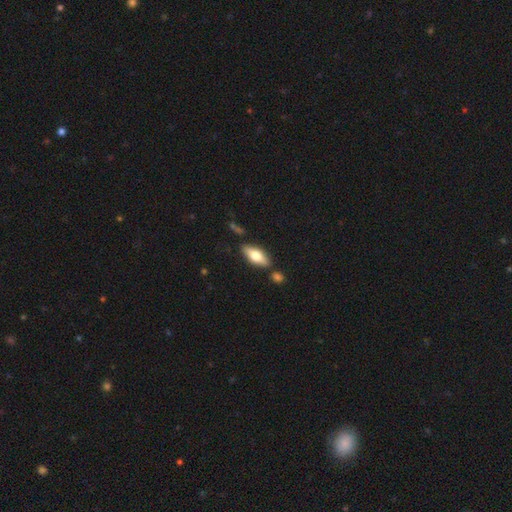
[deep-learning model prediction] Smooth or featured? smooth (63%)
How rounded? in between (73%)
Merging? none (79%)